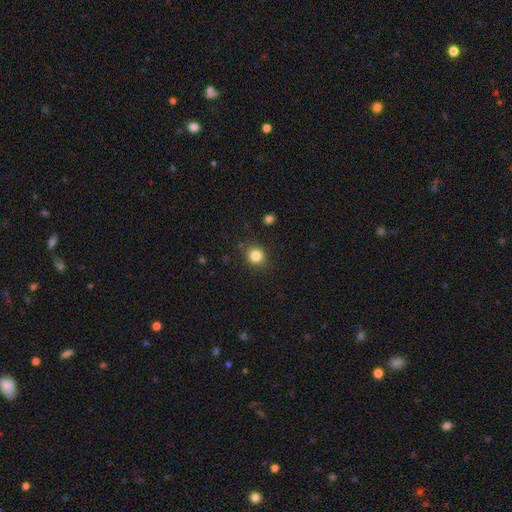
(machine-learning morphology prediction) This is clearly a smooth galaxy (84%). How rounded: clearly round (86%). Merging: clearly none (87%).